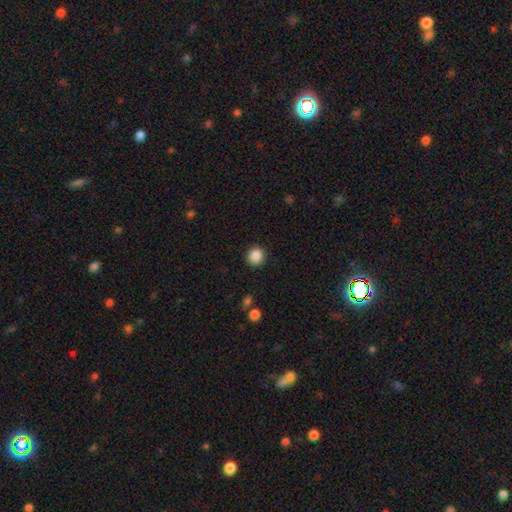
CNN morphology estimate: This appears to be a smooth galaxy with no disk features (87%) that is round (91%). Merging: none (91%).